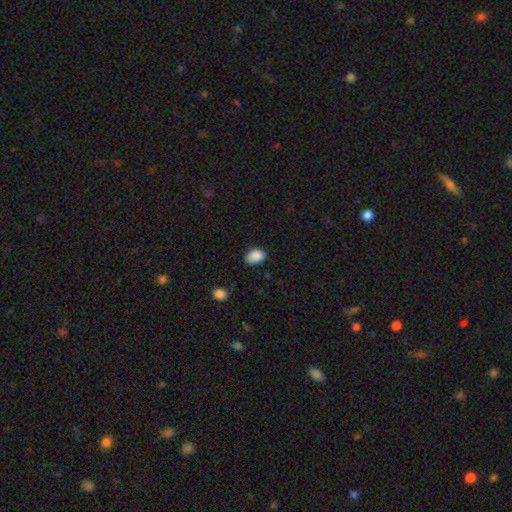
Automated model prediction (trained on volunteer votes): This appears to be a smooth galaxy with no disk features (88%) that is in between round and cigar-shaped (84%). Merging: none (73%).